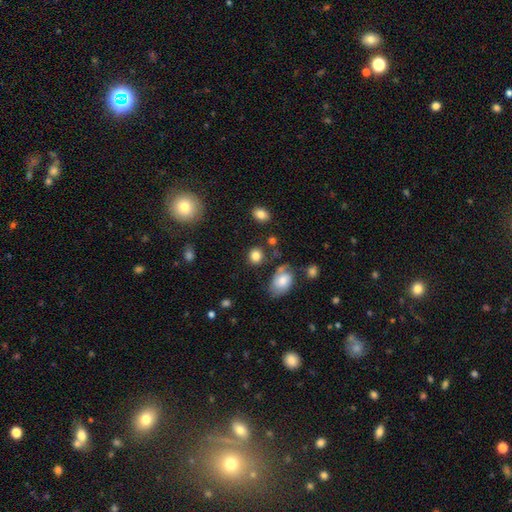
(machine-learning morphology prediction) smooth 83%, star or artifact 9%, featured or disk 7%. Down the decision tree: how rounded — round (73%); merging — none (78%).